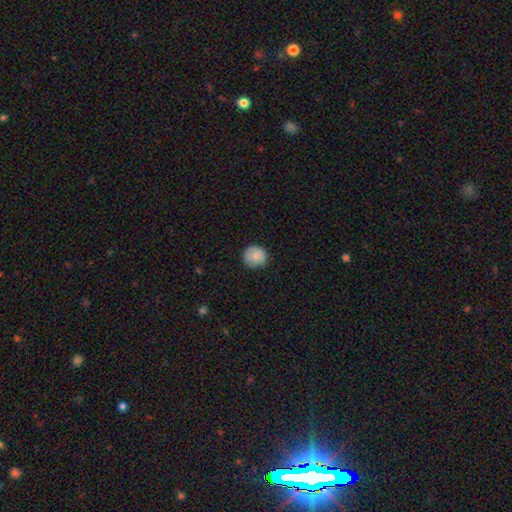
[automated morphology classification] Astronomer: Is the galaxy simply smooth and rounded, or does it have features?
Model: smooth — 80%.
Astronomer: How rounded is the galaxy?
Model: round — 91%.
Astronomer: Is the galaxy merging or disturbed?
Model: none — 86%.